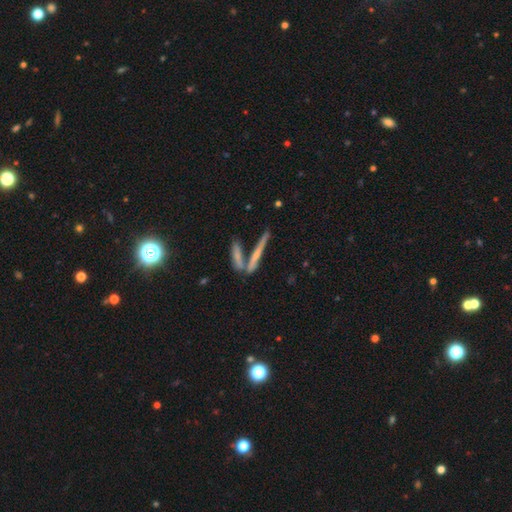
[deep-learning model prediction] featured or disk 49%, smooth 41%, star or artifact 11%. Down the decision tree: merging — none (55%).